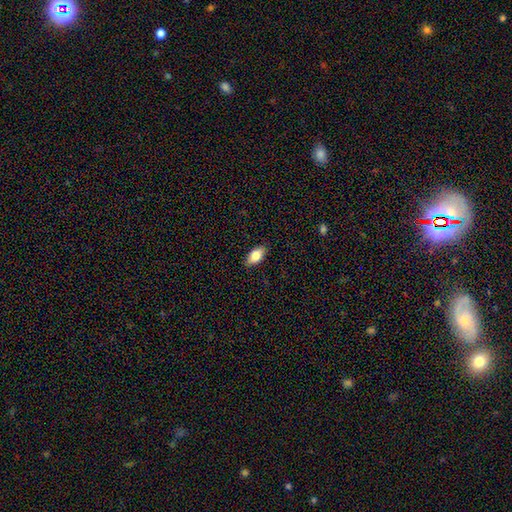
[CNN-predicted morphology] Smooth or featured?
  - smooth: 82% *
  - featured or disk: 11%
  - star or artifact: 7%
How rounded?
  - in between: 92% *
  - cigar-shaped: 5%
  - round: 4%
Merging?
  - none: 88% *
  - minor disturbance: 9%
  - major disturbance: 2%
  - merger: 1%